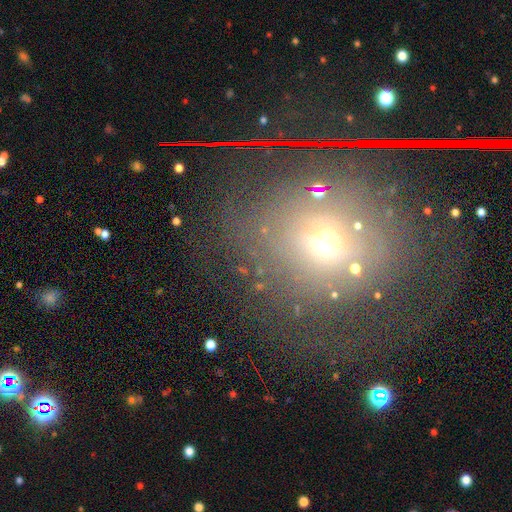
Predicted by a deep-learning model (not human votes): Smooth or featured? smooth (40%)
Merging? none (70%)